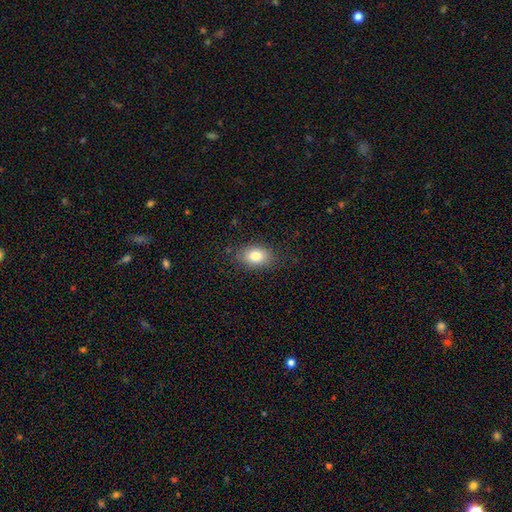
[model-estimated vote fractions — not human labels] Overall: smooth (82%). How rounded: in between (82%). Merging: none (83%).